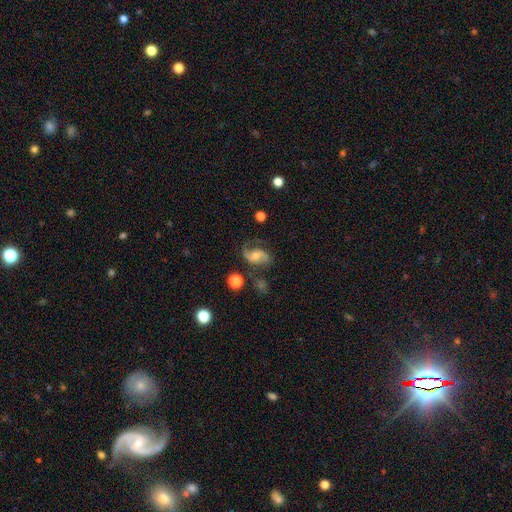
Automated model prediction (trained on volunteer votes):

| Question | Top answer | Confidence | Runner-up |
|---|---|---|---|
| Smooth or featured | featured or disk | 78% | smooth (14%) |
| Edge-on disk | no | 97% | yes (3%) |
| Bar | no | 58% | weak (33%) |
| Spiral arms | yes | 94% | no (6%) |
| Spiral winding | medium | 45% | loose (40%) |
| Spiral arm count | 2 | 86% | 1 (6%) |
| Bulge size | moderate | 62% | small (29%) |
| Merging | none | 66% | minor disturbance (19%) |